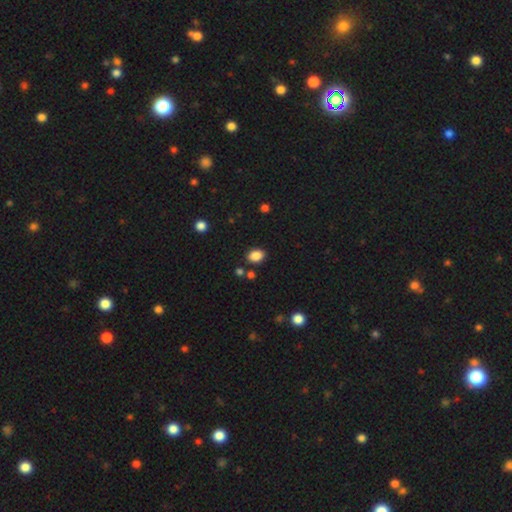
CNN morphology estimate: This is clearly a smooth galaxy (86%). How rounded: likely in between (71%). Merging: clearly none (84%).